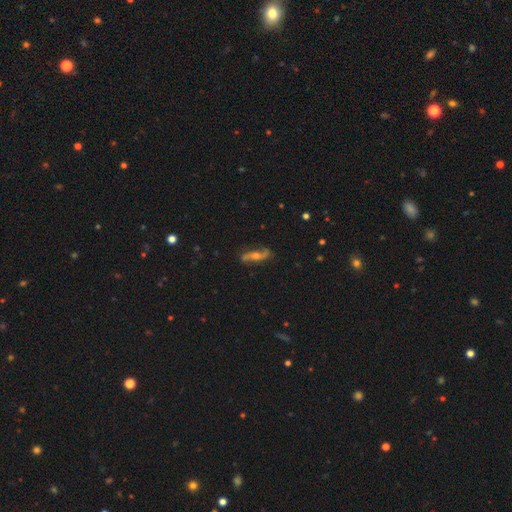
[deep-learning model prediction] The model was most divided on "bulge size": moderate: 53%, small: 36%, large: 5%, none: 4%, dominant: 2%. More confident: spiral arms — yes (90%); merging — none (81%); smooth or featured — featured or disk (74%); edge-on disk — no (74%); bar — no (51%).